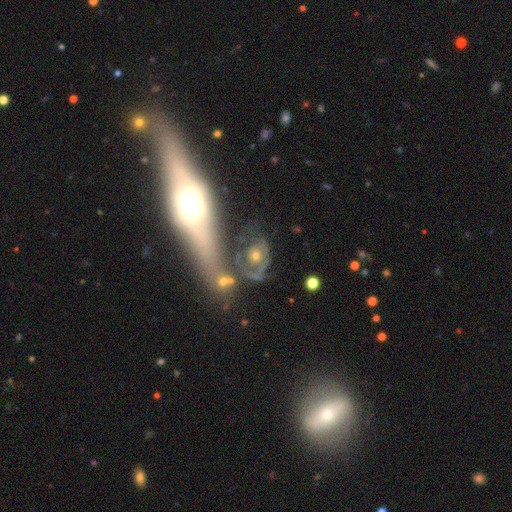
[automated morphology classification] type=featured or disk (61%); edge-on=no (87%); bar=no (84%); spiral arms=yes (52%); bulge=moderate (60%); merging=none (42%).